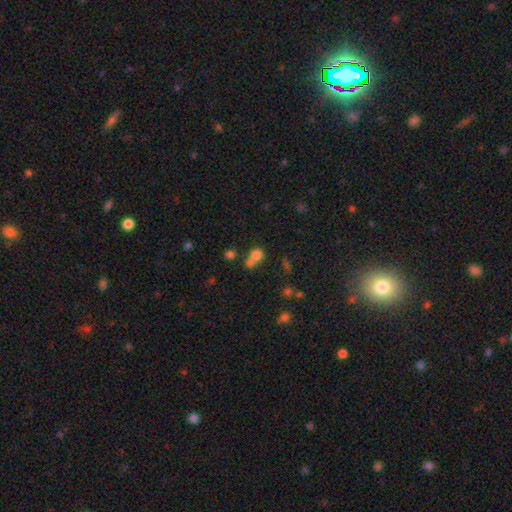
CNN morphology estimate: This is likely a smooth galaxy (75%). How rounded: likely round (77%). Merging: possibly merger (49%).